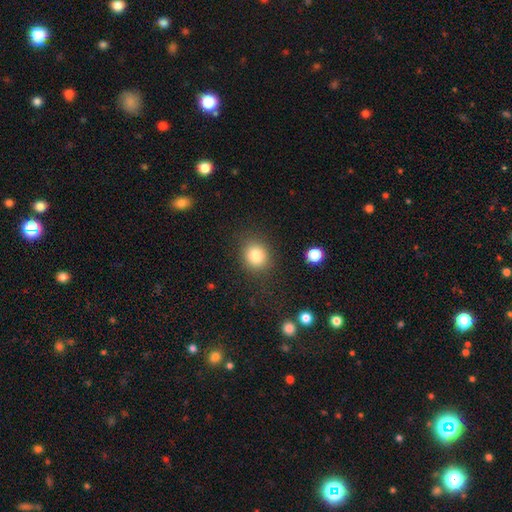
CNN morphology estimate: Overall: smooth (82%). How rounded: round (77%). Merging: none (85%).